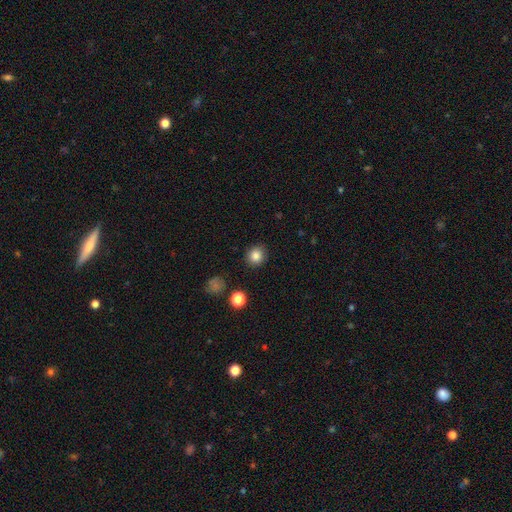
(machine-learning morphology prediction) smooth_or_featured: smooth (p=0.84) [alt: star or artifact p=0.11]
how_rounded: round (p=0.88) [alt: in between p=0.11]
merging: none (p=0.89) [alt: minor disturbance p=0.07]